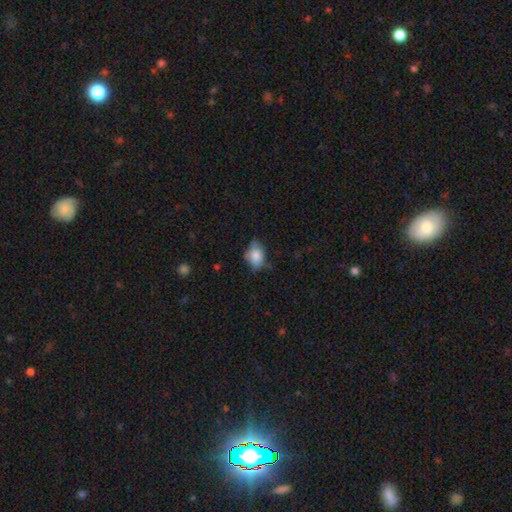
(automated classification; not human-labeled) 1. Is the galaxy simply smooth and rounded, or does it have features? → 77% smooth, 14% featured or disk, 9% star or artifact.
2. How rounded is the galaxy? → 79% in between, 19% round, 2% cigar-shaped.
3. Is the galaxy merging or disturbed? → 55% none, 34% minor disturbance, 9% major disturbance, 2% merger.